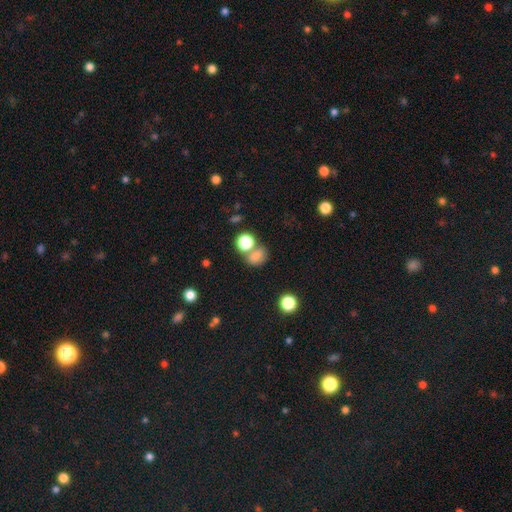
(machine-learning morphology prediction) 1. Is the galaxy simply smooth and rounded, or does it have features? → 75% smooth, 16% star or artifact, 9% featured or disk.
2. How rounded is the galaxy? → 52% round, 46% in between, 1% cigar-shaped.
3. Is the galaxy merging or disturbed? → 48% none, 34% merger, 12% minor disturbance, 6% major disturbance.